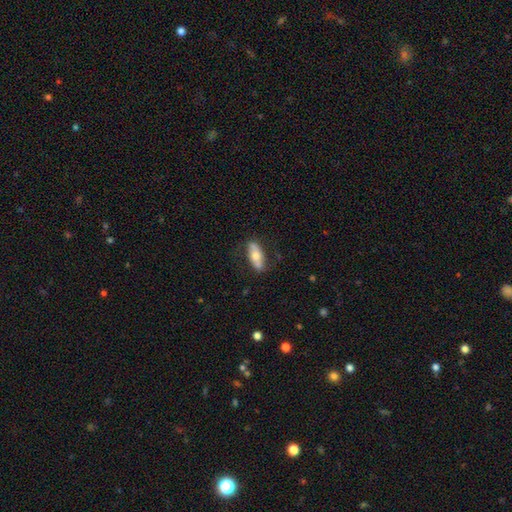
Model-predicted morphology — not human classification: Smooth or featured? Predicted: smooth (p=0.59). How rounded? Predicted: in between (p=0.67). Merging? Predicted: none (p=0.78).